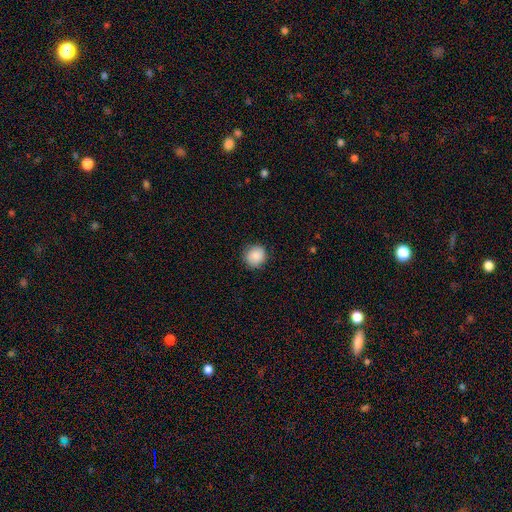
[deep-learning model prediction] Smooth or featured: smooth — 89% (star or artifact — 8%)
How rounded: round — 88% (in between — 12%)
Merging: none — 87% (minor disturbance — 10%)